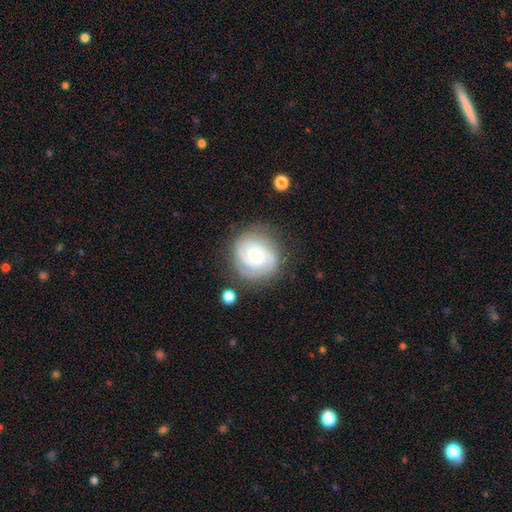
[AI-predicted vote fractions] Smooth or featured? Predicted: featured or disk (p=0.81). Edge-on disk? Predicted: no (p=0.98). Bar? Predicted: no (p=0.67). Spiral arms? Predicted: yes (p=0.96). Spiral winding? Predicted: tight (p=0.70). Spiral arm count? Predicted: 3 (p=0.34). Bulge size? Predicted: moderate (p=0.61). Merging? Predicted: none (p=0.77).